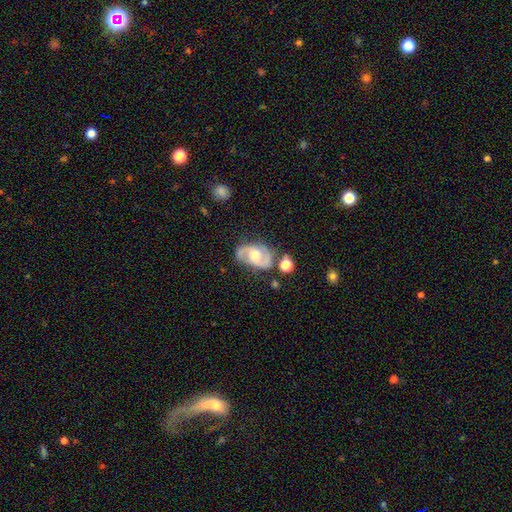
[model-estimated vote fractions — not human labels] Smooth or featured?
  - featured or disk: 84% *
  - smooth: 10%
  - star or artifact: 6%
Edge-on disk?
  - no: 97% *
  - yes: 3%
Bar?
  - no: 57% *
  - weak: 34%
  - strong: 8%
Spiral arms?
  - yes: 95% *
  - no: 5%
Spiral winding?
  - medium: 56% *
  - tight: 23%
  - loose: 21%
Spiral arm count?
  - 2: 91% *
  - can't tell: 4%
  - 1: 2%
  - 3: 1%
  - 4: 1%
  - more than 4: 1%
Bulge size?
  - moderate: 68% *
  - small: 18%
  - large: 10%
  - none: 2%
  - dominant: 1%
Merging?
  - none: 69% *
  - minor disturbance: 18%
  - major disturbance: 7%
  - merger: 6%